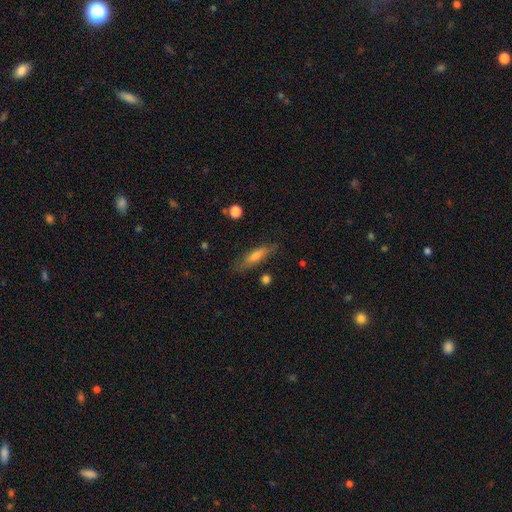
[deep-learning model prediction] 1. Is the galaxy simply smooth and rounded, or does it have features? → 57% smooth, 35% featured or disk, 8% star or artifact.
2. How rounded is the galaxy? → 71% cigar-shaped, 27% in between, 2% round.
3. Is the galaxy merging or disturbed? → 77% none, 16% minor disturbance, 4% major disturbance, 2% merger.